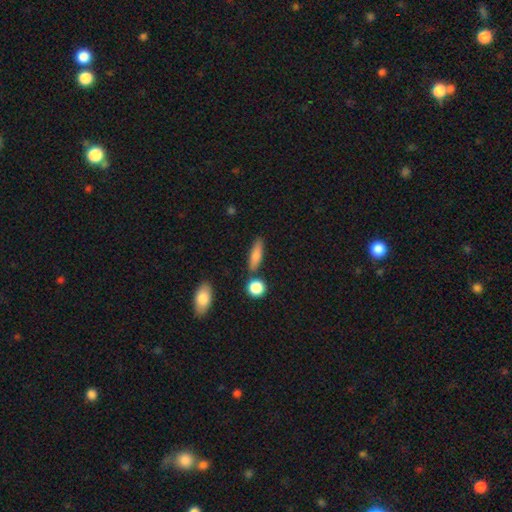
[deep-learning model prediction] The model was most divided on "how rounded": cigar-shaped: 51%, in between: 43%, round: 6%. More confident: smooth or featured — smooth (79%); merging — none (77%).